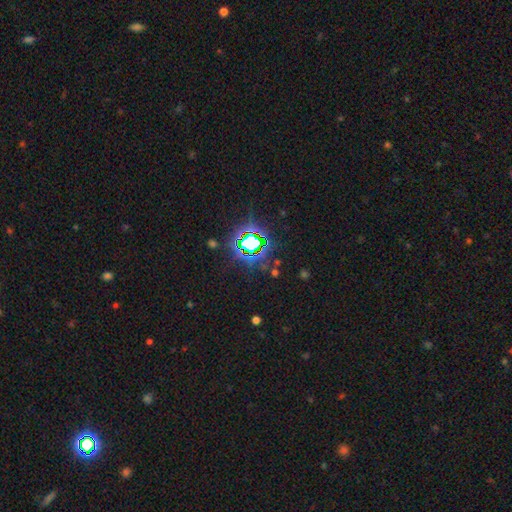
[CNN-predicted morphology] A star or artifact, not a galaxy (83%).

Vote fractions:
- Smooth or featured? star or artifact: 83% / smooth: 10% / featured or disk: 7%